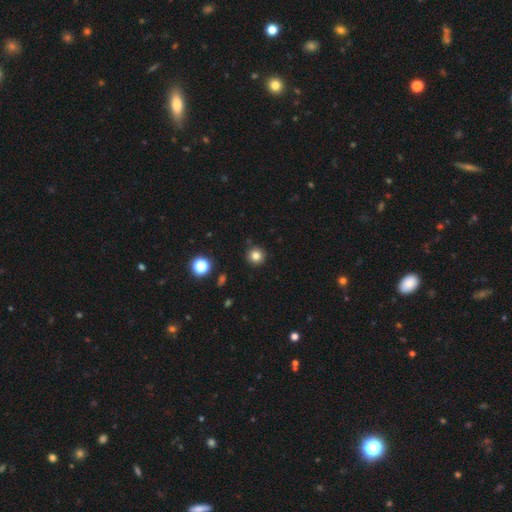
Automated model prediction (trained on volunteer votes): smooth 81%, star or artifact 13%, featured or disk 6%. Down the decision tree: how rounded — round (95%); merging — none (91%).